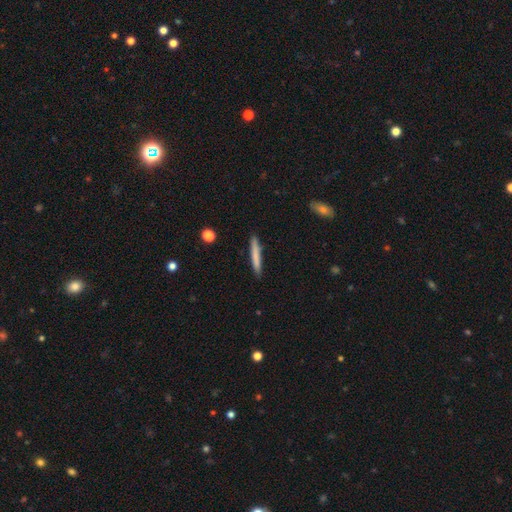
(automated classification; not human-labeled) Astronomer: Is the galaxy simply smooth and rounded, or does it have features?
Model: smooth — 75%.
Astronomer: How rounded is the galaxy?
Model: cigar-shaped — 96%.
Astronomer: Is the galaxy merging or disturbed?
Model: none — 90%.